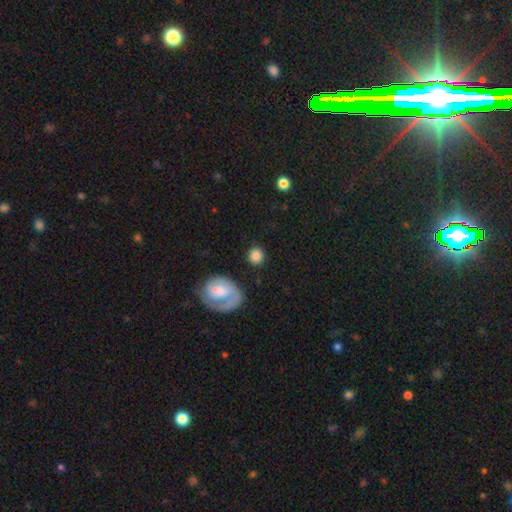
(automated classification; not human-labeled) Smooth or featured: smooth — 82% (featured or disk — 10%)
How rounded: round — 87% (in between — 11%)
Merging: none — 84% (minor disturbance — 9%)